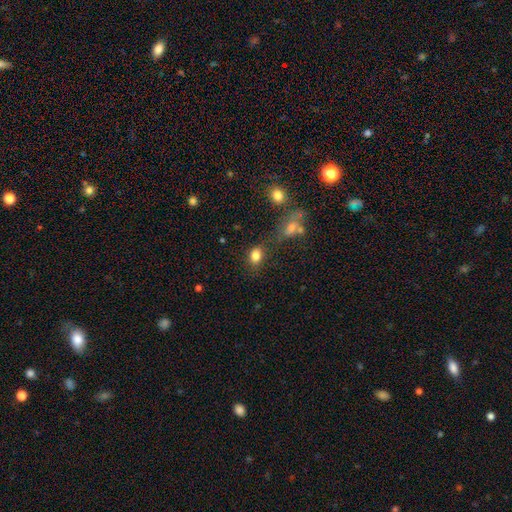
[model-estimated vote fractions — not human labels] A smooth galaxy with no disk features (82%) that is in between round and cigar-shaped (56%).

Vote fractions:
- Smooth or featured? smooth: 82% / star or artifact: 11% / featured or disk: 7%
- How rounded? in between: 56% / round: 42% / cigar-shaped: 1%
- Merging? none: 73% / minor disturbance: 14% / merger: 8% / major disturbance: 5%